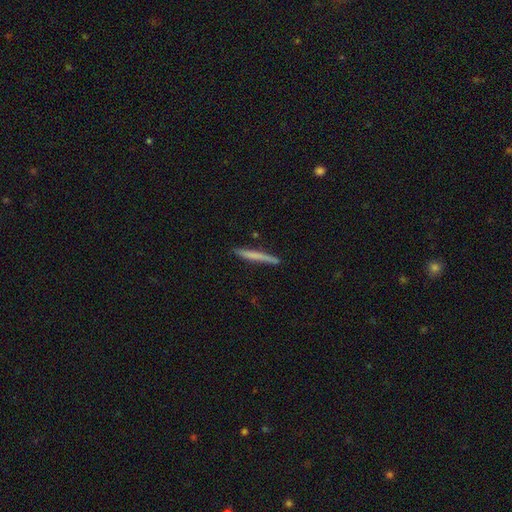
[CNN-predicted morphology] Smooth or featured?
  - smooth: 61% *
  - featured or disk: 33%
  - star or artifact: 6%
How rounded?
  - cigar-shaped: 97% *
  - in between: 2%
  - round: 1%
Merging?
  - none: 88% *
  - minor disturbance: 9%
  - merger: 2%
  - major disturbance: 2%